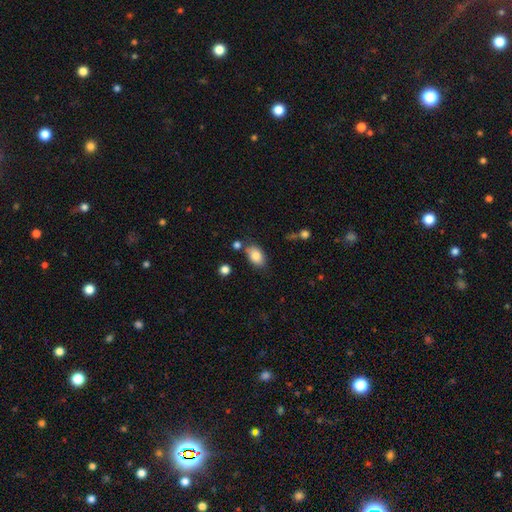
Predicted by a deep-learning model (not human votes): This is clearly a smooth galaxy (83%). How rounded: clearly in between (88%). Merging: likely none (74%).